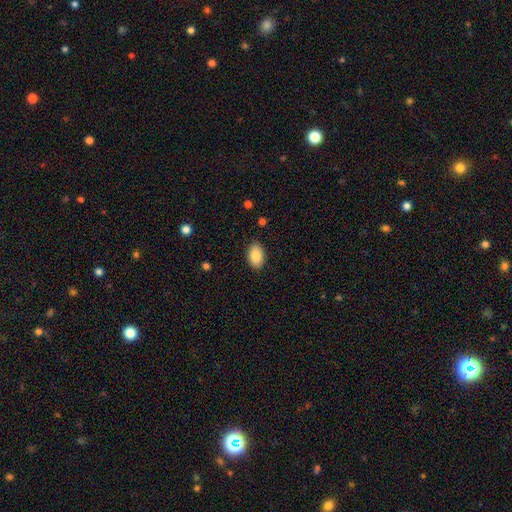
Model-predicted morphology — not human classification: Q: Smooth or featured?
A: smooth (85%); runner-up: featured or disk (8%)
Q: How rounded?
A: in between (91%); runner-up: round (8%)
Q: Merging?
A: none (87%); runner-up: minor disturbance (10%)